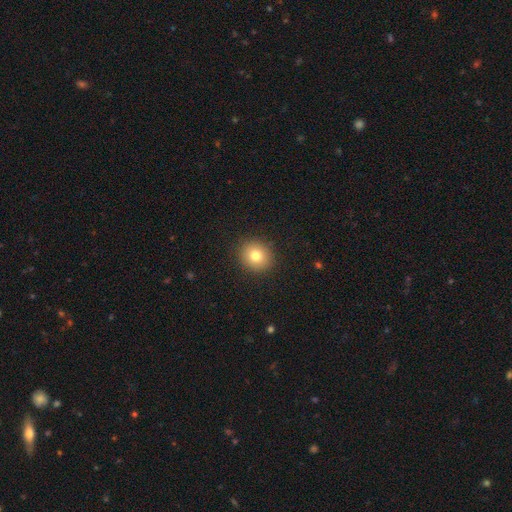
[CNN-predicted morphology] Smooth or featured? Predicted: smooth (p=0.78). How rounded? Predicted: round (p=0.85). Merging? Predicted: none (p=0.91).